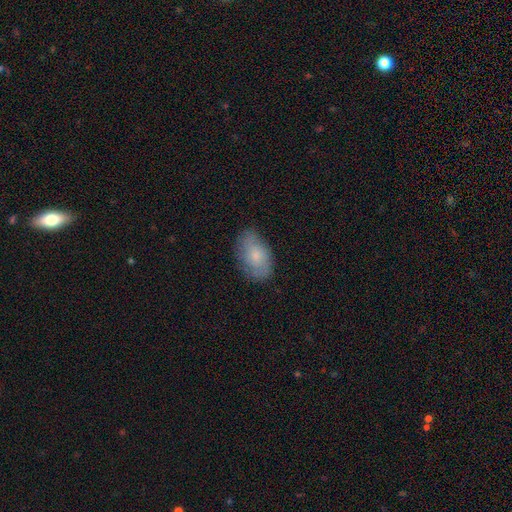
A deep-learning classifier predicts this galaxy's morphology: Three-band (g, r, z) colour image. It shows a smooth galaxy with no disk features (65%) that is in between round and cigar-shaped (92%). Merging: none (76%).